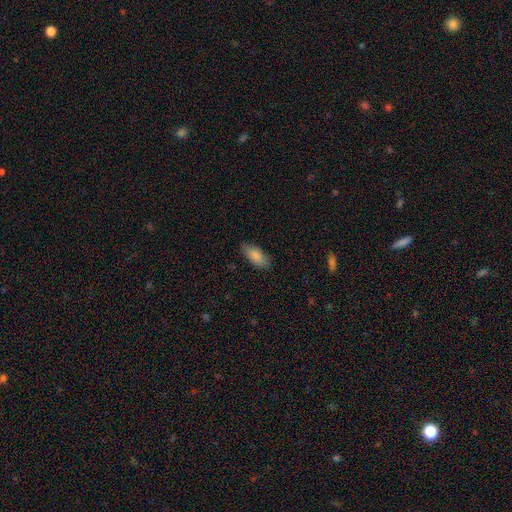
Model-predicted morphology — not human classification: type=smooth (85%); roundness=in between (87%); merging=none (83%).